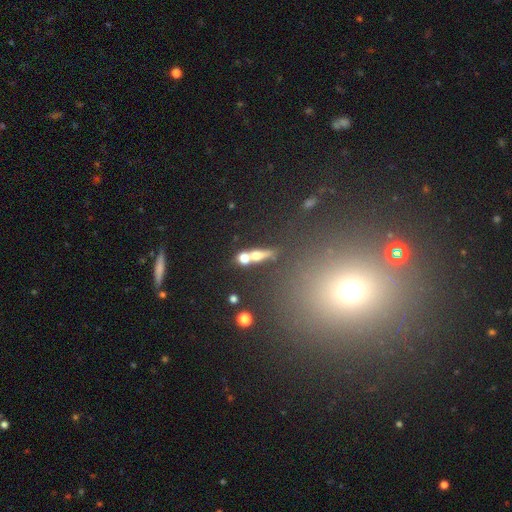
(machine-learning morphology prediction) Q: Smooth or featured?
A: smooth (60%); runner-up: featured or disk (27%)
Q: How rounded?
A: in between (38%); runner-up: round (35%)
Q: Merging?
A: merger (48%); runner-up: none (35%)